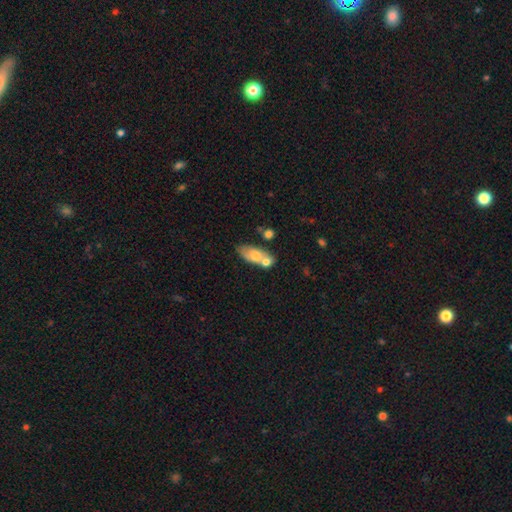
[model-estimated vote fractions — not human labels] smooth-or-featured: smooth: 67% | featured or disk: 26% | star or artifact: 7%
  how-rounded: in between: 81% | cigar-shaped: 12% | round: 7%
  merging: merger: 40% | none: 38% | minor disturbance: 15% | major disturbance: 6%